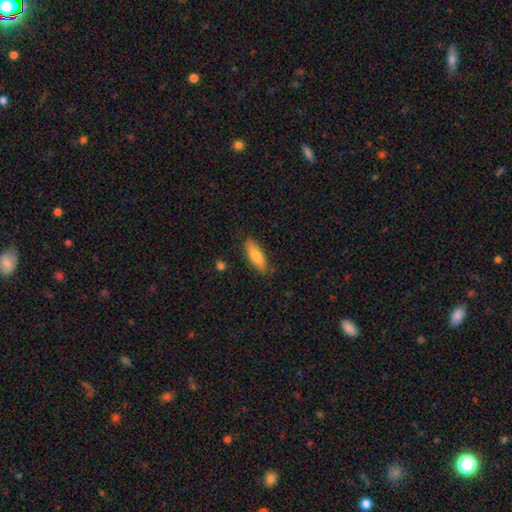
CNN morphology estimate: Smooth or featured?
  - smooth: 78% *
  - featured or disk: 16%
  - star or artifact: 6%
How rounded?
  - in between: 58% *
  - cigar-shaped: 40%
  - round: 2%
Merging?
  - none: 85% *
  - minor disturbance: 12%
  - major disturbance: 2%
  - merger: 2%